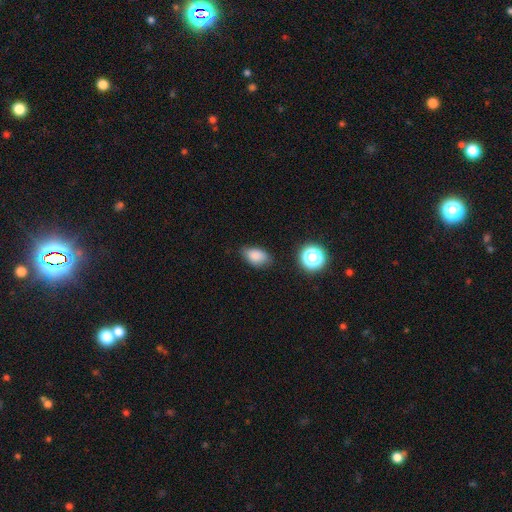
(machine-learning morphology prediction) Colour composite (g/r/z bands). It shows a smooth galaxy with no disk features (83%) that is in between round and cigar-shaped (84%). Merging: none (70%).